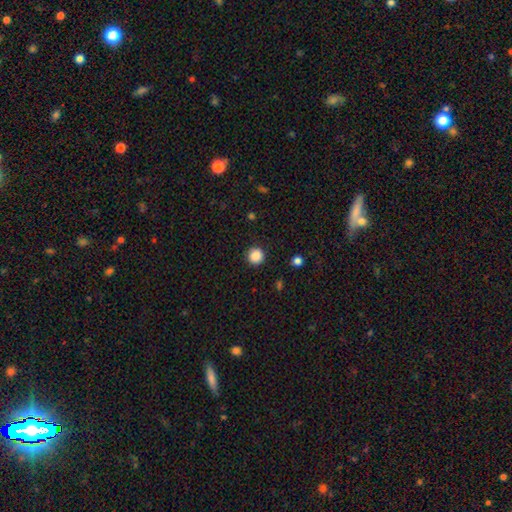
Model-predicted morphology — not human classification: A smooth galaxy with no disk features (88%) that is round (95%). Merging: none (90%).